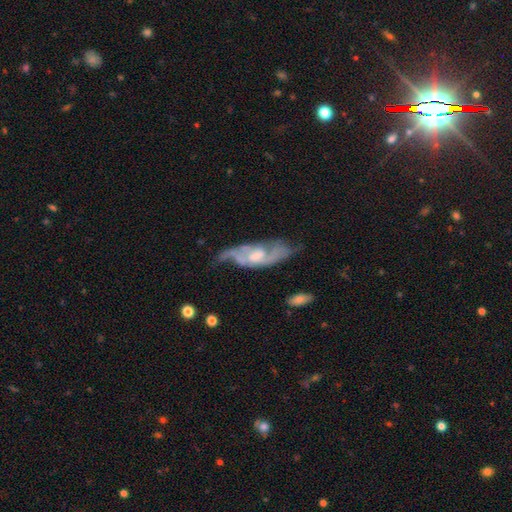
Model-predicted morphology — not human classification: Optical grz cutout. It shows a featured or disk galaxy (80%) with no bar (47%), 2 (62%) medium (47%) spiral arms (88%) and a moderate central bulge (50%). Merging: none (51%).